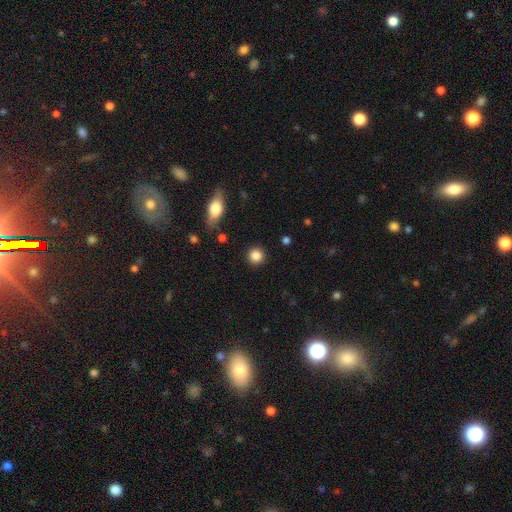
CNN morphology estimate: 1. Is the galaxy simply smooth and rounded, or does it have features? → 86% smooth, 10% star or artifact, 4% featured or disk.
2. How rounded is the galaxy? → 94% round, 5% in between, 1% cigar-shaped.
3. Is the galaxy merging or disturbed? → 90% none, 6% minor disturbance, 2% major disturbance, 2% merger.